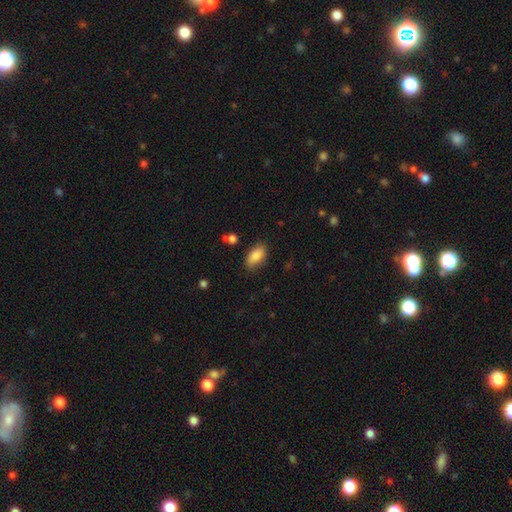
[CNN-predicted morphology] smooth_or_featured: smooth (p=0.84) [alt: featured or disk p=0.09]
how_rounded: in between (p=0.91) [alt: cigar-shaped p=0.05]
merging: none (p=0.80) [alt: minor disturbance p=0.15]